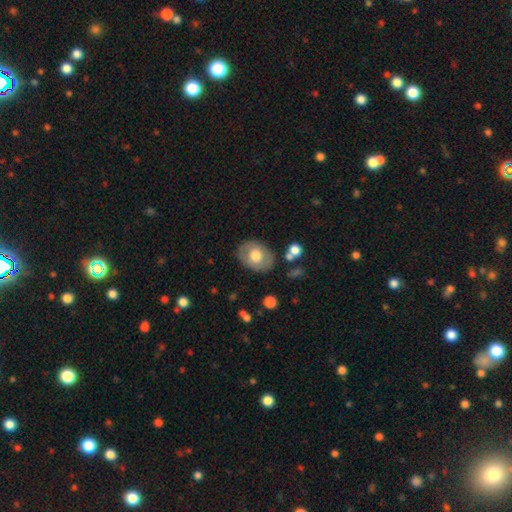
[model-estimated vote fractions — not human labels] Smooth or featured? smooth (61%)
How rounded? in between (67%)
Merging? none (80%)